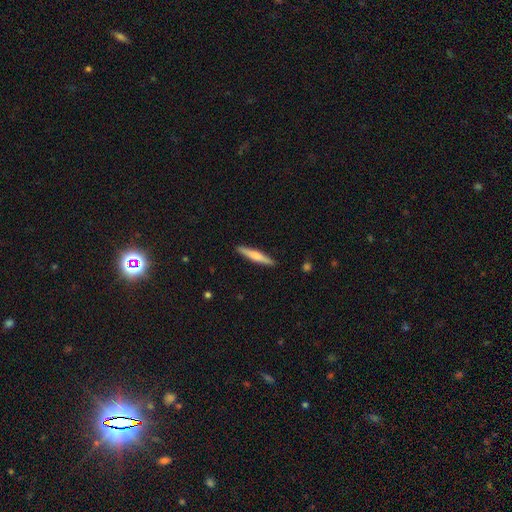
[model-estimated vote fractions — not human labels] Smooth or featured: smooth — 57% (featured or disk — 38%)
How rounded: cigar-shaped — 93% (in between — 6%)
Merging: none — 91% (minor disturbance — 7%)